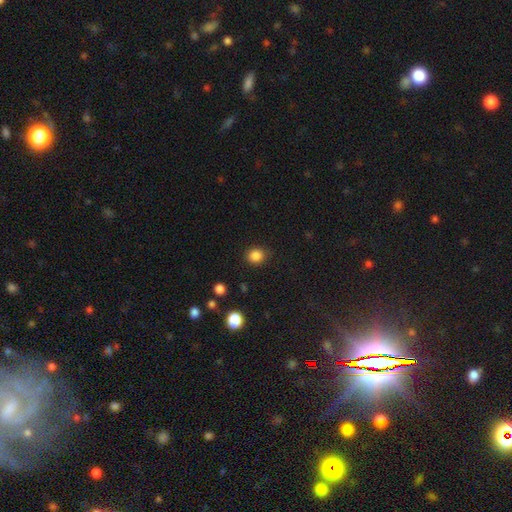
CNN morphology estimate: This appears to be a smooth galaxy with no disk features (86%) that is round (77%). Merging: none (85%).